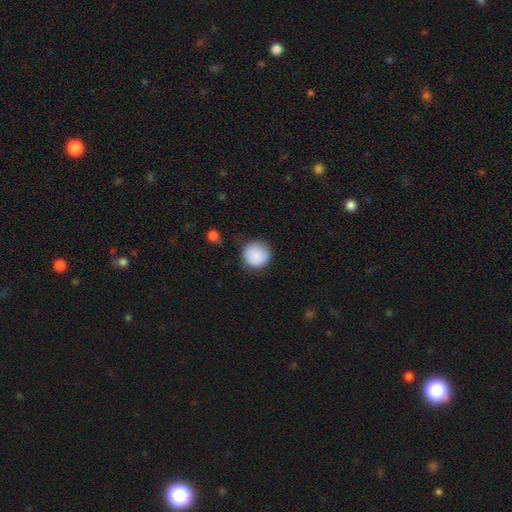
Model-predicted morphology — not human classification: This appears to be a smooth galaxy with no disk features (87%) that is round (94%). Merging: none (80%).